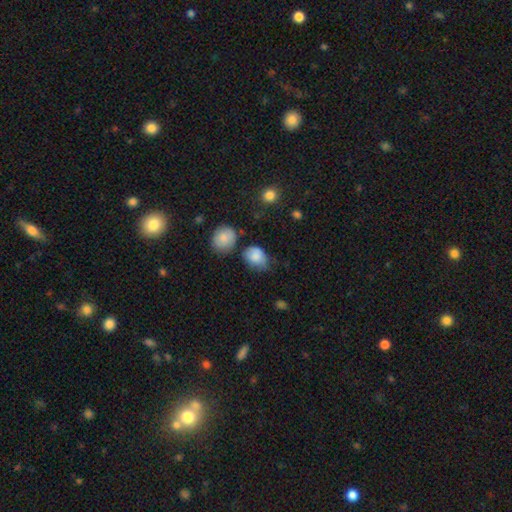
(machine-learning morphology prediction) This is clearly a smooth galaxy (83%). How rounded: possibly in between (58%). Merging: possibly none (49%).